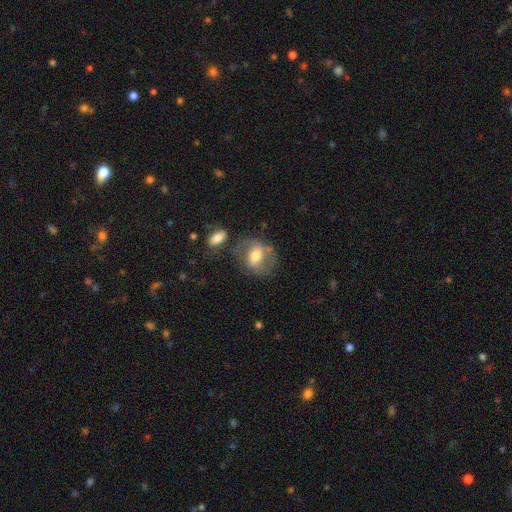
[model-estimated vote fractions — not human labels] smooth_or_featured: smooth (p=0.50) [alt: featured or disk p=0.43]
merging: none (p=0.55) [alt: minor disturbance p=0.21]